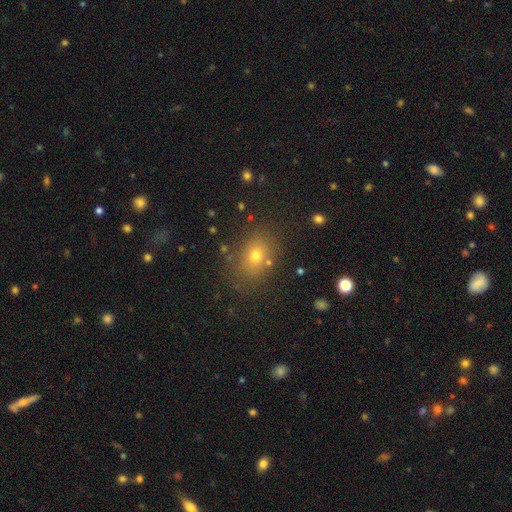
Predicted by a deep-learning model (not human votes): smooth 71%, star or artifact 17%, featured or disk 13%. Down the decision tree: how rounded — in between (62%); merging — none (80%).